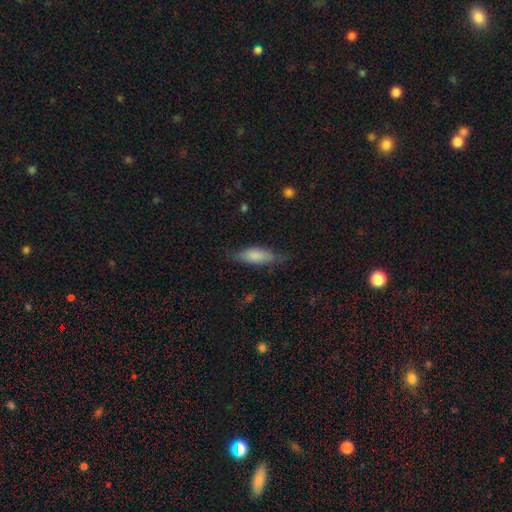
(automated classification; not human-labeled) Q: Smooth or featured?
A: smooth (78%); runner-up: featured or disk (16%)
Q: How rounded?
A: in between (65%); runner-up: cigar-shaped (33%)
Q: Merging?
A: none (66%); runner-up: minor disturbance (25%)